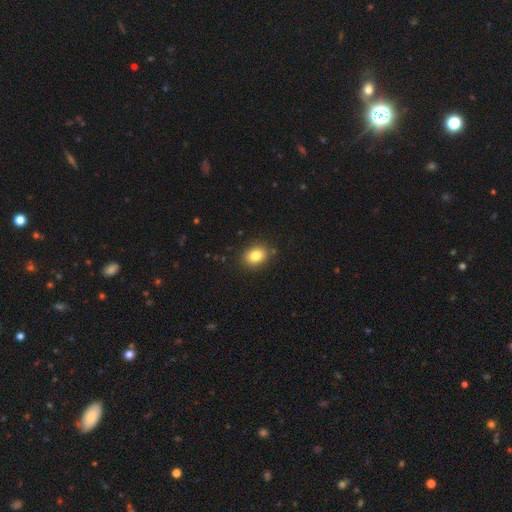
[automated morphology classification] smooth 82%, star or artifact 10%, featured or disk 8%. Down the decision tree: how rounded — in between (55%); merging — none (87%).